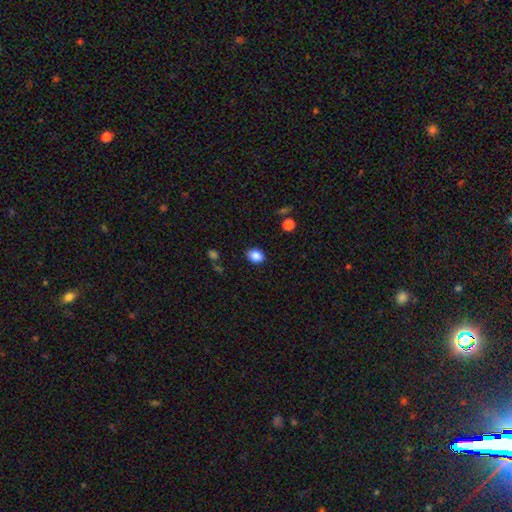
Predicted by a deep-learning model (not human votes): The model was most divided on "how rounded": in between: 62%, round: 37%, cigar-shaped: 1%. More confident: smooth or featured — smooth (87%); merging — none (86%).